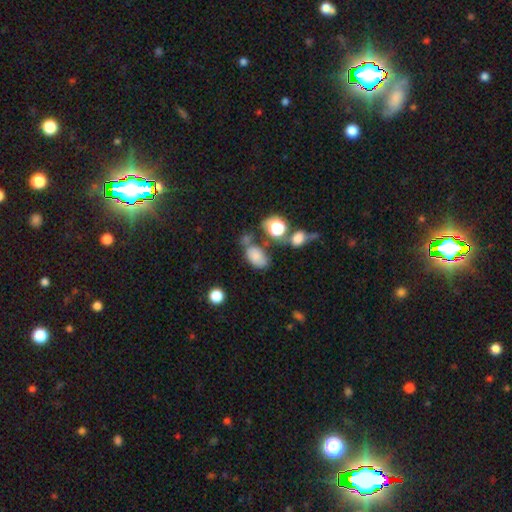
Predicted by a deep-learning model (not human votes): Overall: smooth (75%). How rounded: in between (86%). Merging: none (42%; merger 25%).